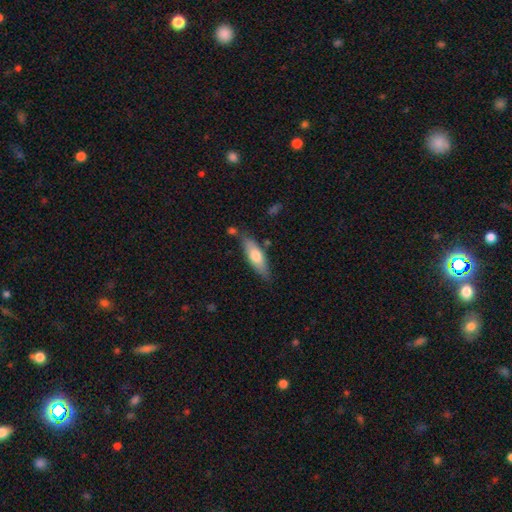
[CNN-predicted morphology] A smooth galaxy with no disk features (64%) that is in between round and cigar-shaped (56%).

Vote fractions:
- Smooth or featured? smooth: 64% / featured or disk: 30% / star or artifact: 6%
- How rounded? in between: 56% / cigar-shaped: 42% / round: 2%
- Merging? none: 71% / minor disturbance: 19% / merger: 6% / major disturbance: 4%